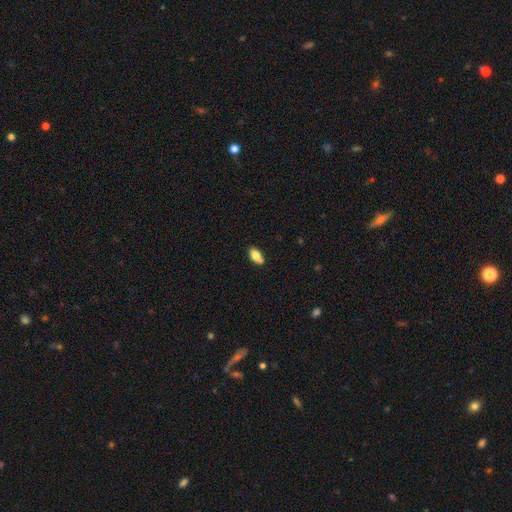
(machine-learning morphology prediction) Smooth or featured: smooth — 75% (featured or disk — 17%)
How rounded: in between — 89% (cigar-shaped — 7%)
Merging: none — 72% (minor disturbance — 17%)